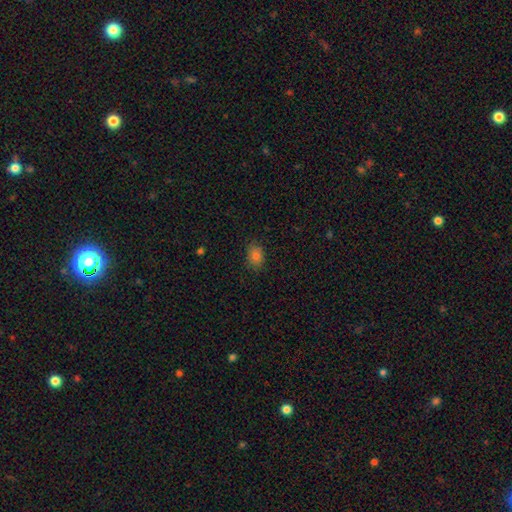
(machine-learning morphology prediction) smooth_or_featured: smooth (p=0.82) [alt: star or artifact p=0.11]
how_rounded: in between (p=0.71) [alt: round p=0.28]
merging: none (p=0.84) [alt: minor disturbance p=0.13]